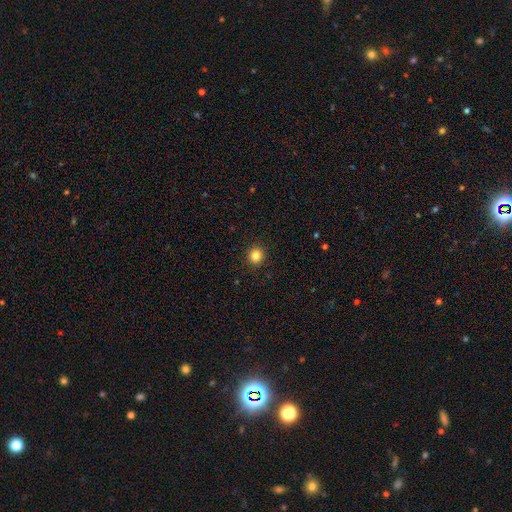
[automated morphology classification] Smooth or featured? smooth (83%)
How rounded? round (90%)
Merging? none (92%)